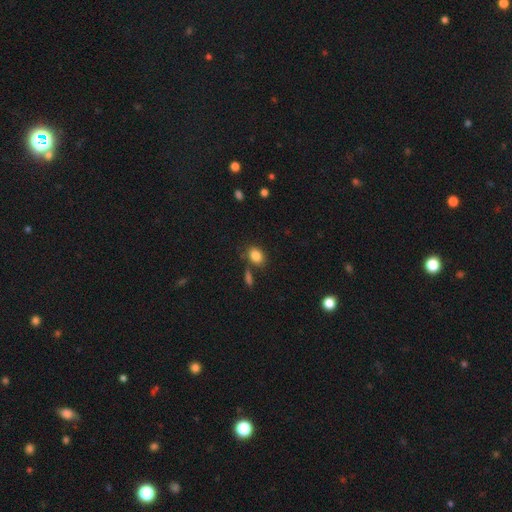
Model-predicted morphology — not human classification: Smooth or featured? smooth (85%)
How rounded? in between (69%)
Merging? none (73%)